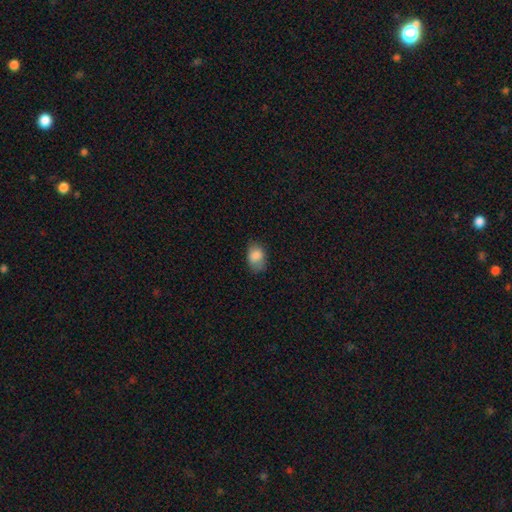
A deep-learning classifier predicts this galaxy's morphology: The model was most divided on "merging": none: 70%, minor disturbance: 23%, major disturbance: 6%, merger: 1%. More confident: smooth or featured — smooth (85%); how rounded — in between (81%).